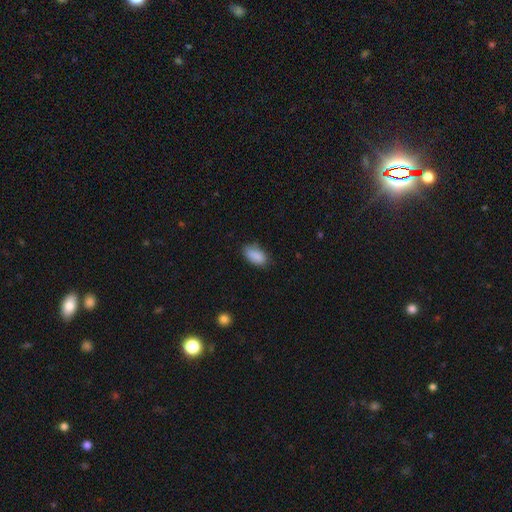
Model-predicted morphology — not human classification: Overall: smooth (89%). How rounded: in between (93%). Merging: none (76%).